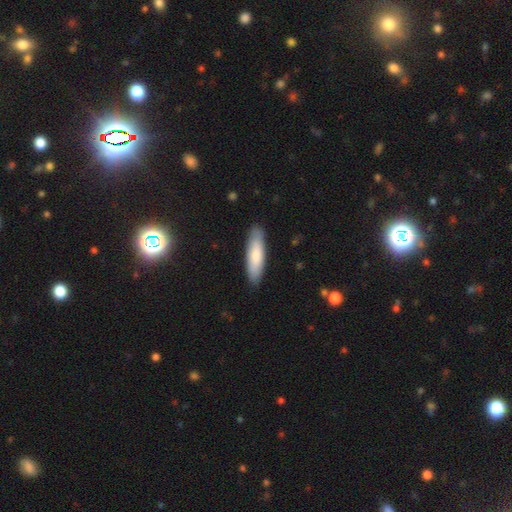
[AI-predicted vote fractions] This is likely a smooth galaxy (80%). How rounded: possibly cigar-shaped (57%). Merging: clearly none (87%).